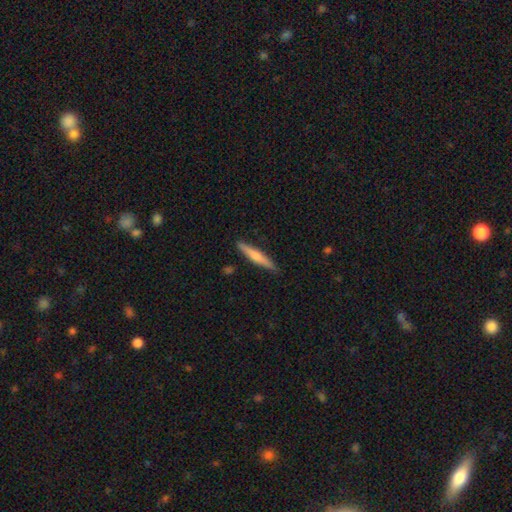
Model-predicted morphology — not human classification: smooth-or-featured: smooth: 49% | featured or disk: 46% | star or artifact: 6%
  merging: none: 89% | minor disturbance: 8% | major disturbance: 2% | merger: 1%